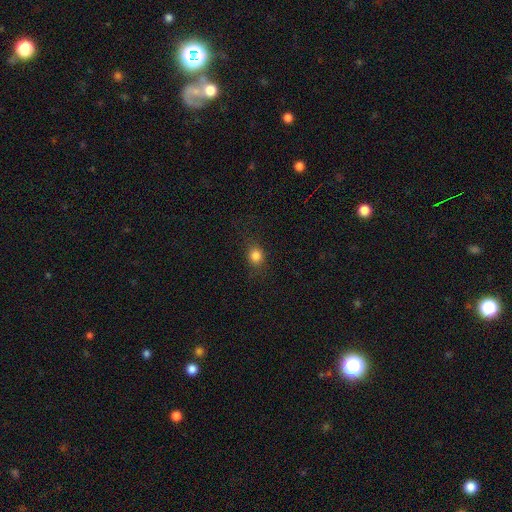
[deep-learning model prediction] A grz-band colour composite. It shows a smooth galaxy with no disk features (83%) that is round (70%). Merging: none (82%).